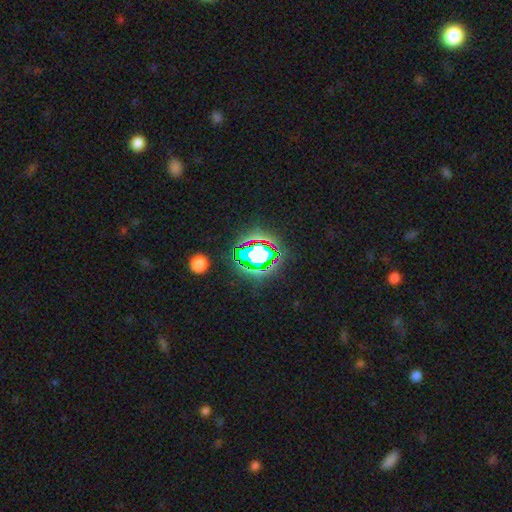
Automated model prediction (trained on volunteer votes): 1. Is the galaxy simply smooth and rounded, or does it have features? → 73% star or artifact, 17% smooth, 10% featured or disk.